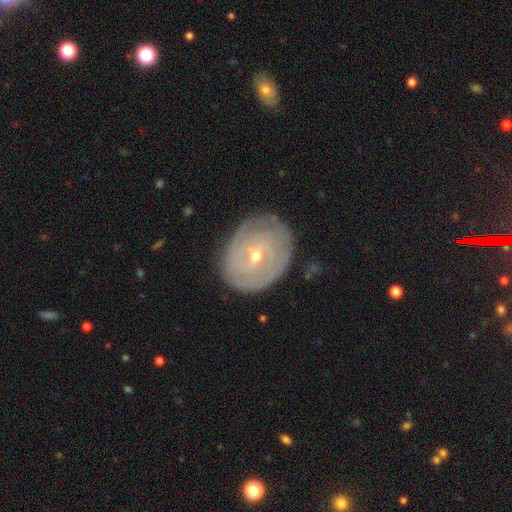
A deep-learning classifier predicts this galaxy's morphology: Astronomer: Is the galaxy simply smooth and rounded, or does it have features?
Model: featured or disk — 79%.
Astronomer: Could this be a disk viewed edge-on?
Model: no — 96%.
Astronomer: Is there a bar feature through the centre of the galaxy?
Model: weak — 45% (runner-up: no, 43%).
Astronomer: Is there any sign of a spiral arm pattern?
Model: yes — 87%.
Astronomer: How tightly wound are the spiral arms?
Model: tight — 82%.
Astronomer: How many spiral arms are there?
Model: can't tell — 46% (runner-up: 2, 23%).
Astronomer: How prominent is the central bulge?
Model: small — 61% (runner-up: moderate, 37%).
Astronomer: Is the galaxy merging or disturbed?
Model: none — 80%.